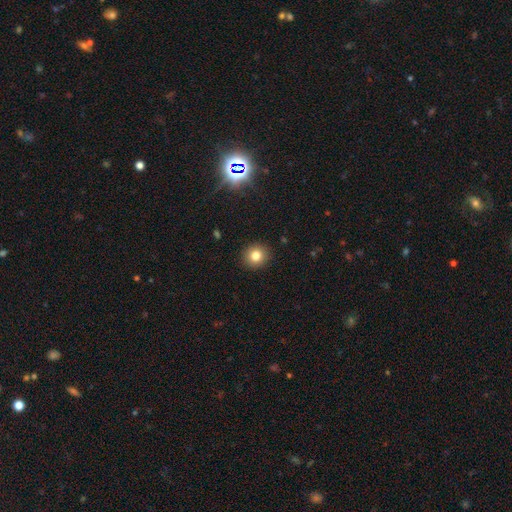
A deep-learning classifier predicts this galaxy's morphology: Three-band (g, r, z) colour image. It shows a smooth galaxy with no disk features (80%) that is round (88%). Merging: none (91%).